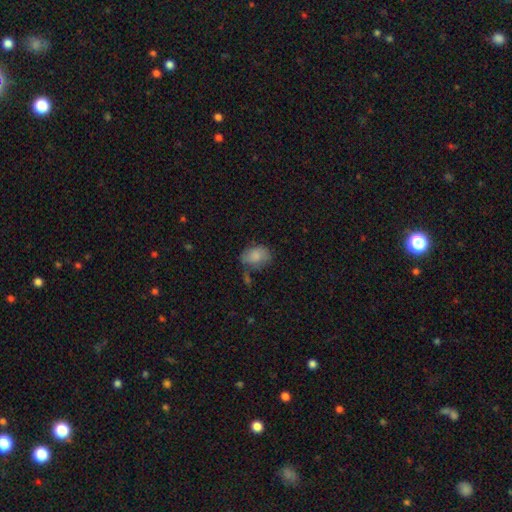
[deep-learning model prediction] smooth 81%, featured or disk 11%, star or artifact 8%. Down the decision tree: how rounded — in between (77%); merging — none (54%).